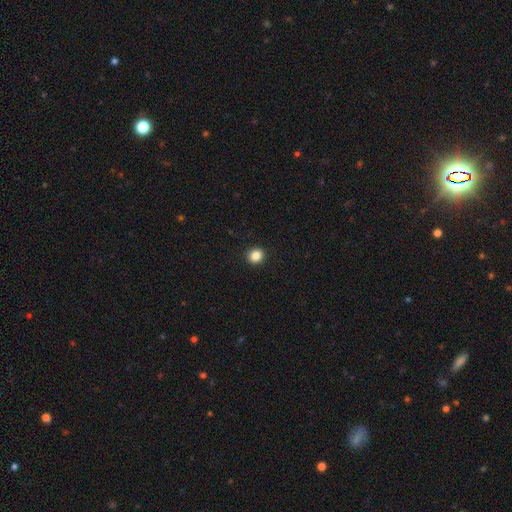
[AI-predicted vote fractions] Smooth or featured: smooth — 86% (star or artifact — 10%)
How rounded: round — 83% (in between — 16%)
Merging: none — 93% (minor disturbance — 5%)